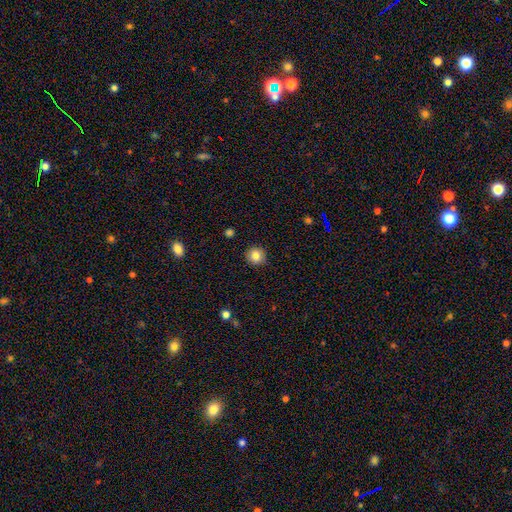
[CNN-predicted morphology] This appears to be a smooth galaxy with no disk features (83%) that is round (91%). Merging: none (90%).